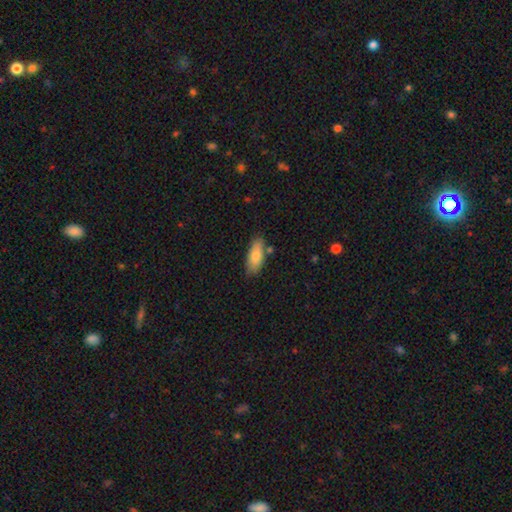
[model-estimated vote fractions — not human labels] A smooth galaxy with no disk features (80%) that is in between round and cigar-shaped (79%). Merging: none (75%).